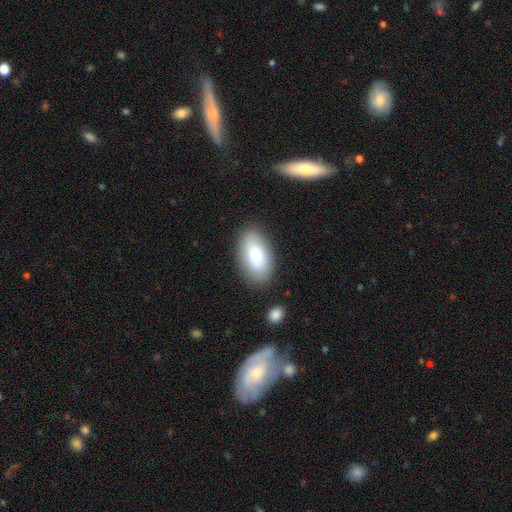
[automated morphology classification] This appears to be a smooth galaxy with no disk features (78%) that is in between round and cigar-shaped (94%). Merging: none (84%).